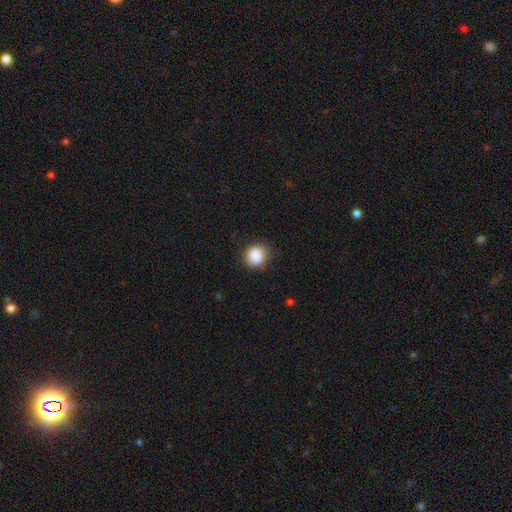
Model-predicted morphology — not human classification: Q: Smooth or featured?
A: smooth (87%); runner-up: star or artifact (9%)
Q: How rounded?
A: round (79%); runner-up: in between (20%)
Q: Merging?
A: none (83%); runner-up: minor disturbance (13%)